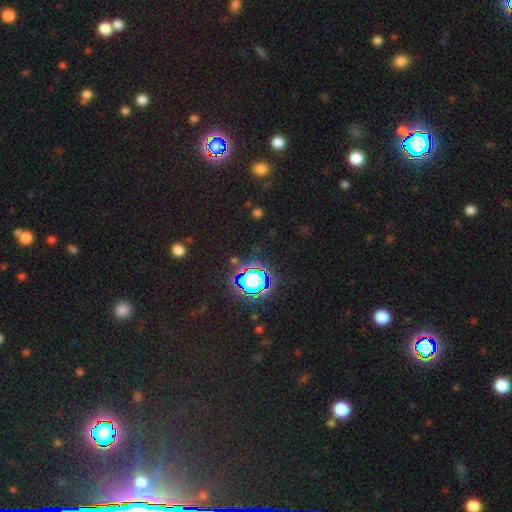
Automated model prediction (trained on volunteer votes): A star or artifact, not a galaxy (77%).

Vote fractions:
- Smooth or featured? star or artifact: 77% / smooth: 15% / featured or disk: 8%